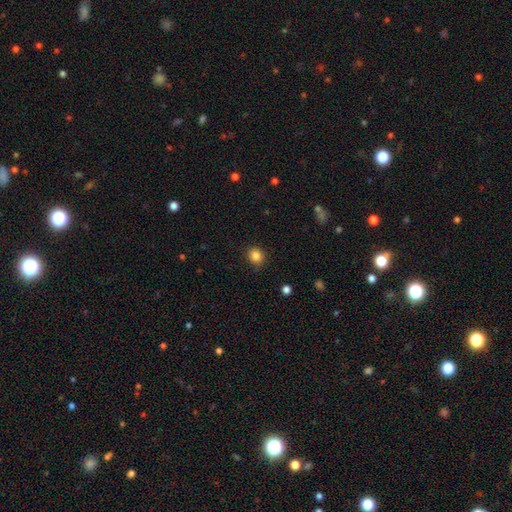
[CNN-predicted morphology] smooth_or_featured: smooth (p=0.85) [alt: star or artifact p=0.11]
how_rounded: round (p=0.76) [alt: in between p=0.24]
merging: none (p=0.87) [alt: minor disturbance p=0.09]